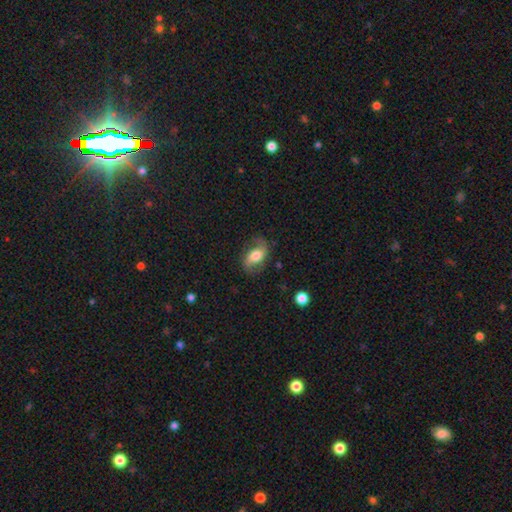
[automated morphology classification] smooth-or-featured: featured or disk: 52% | smooth: 41% | star or artifact: 8%
  disk-edge-on: no: 93% | yes: 7%
  merging: none: 71% | minor disturbance: 19% | major disturbance: 9% | merger: 1%